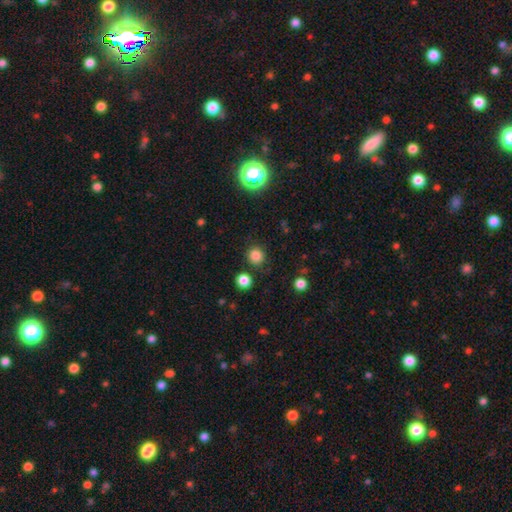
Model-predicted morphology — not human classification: This is clearly a smooth galaxy (82%). How rounded: clearly round (90%). Merging: clearly none (85%).